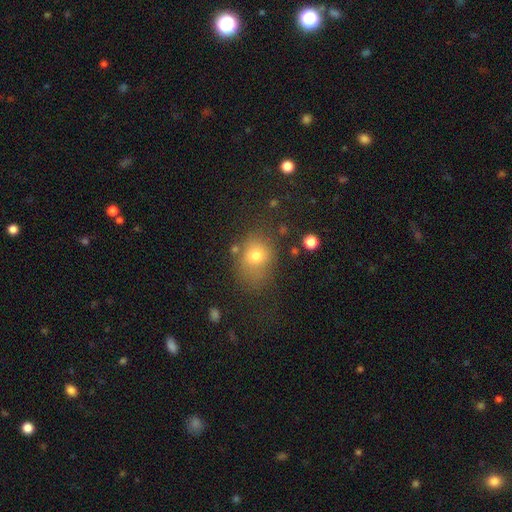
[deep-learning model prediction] Smooth or featured: smooth — 73% (star or artifact — 15%)
How rounded: round — 57% (in between — 41%)
Merging: none — 57% (minor disturbance — 23%)